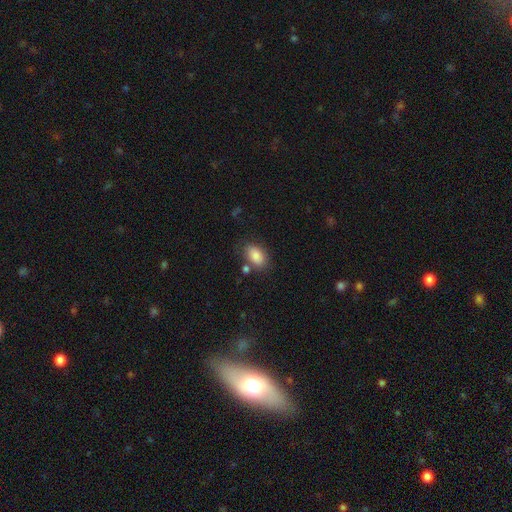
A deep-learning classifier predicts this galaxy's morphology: Overall: smooth (84%). How rounded: in between (90%). Merging: none (71%).